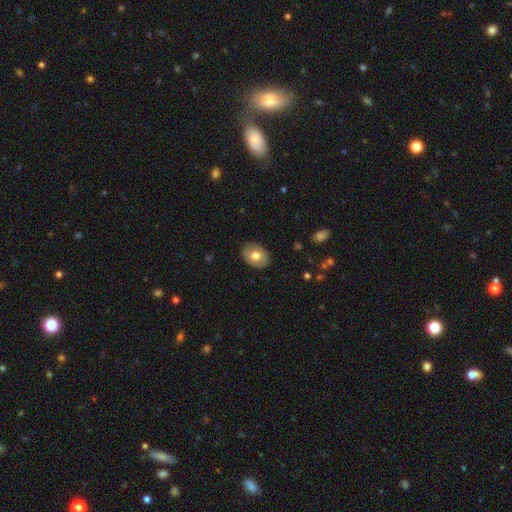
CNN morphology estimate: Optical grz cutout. It shows a smooth galaxy with no disk features (69%) that is in between round and cigar-shaped (67%). Merging: none (88%).